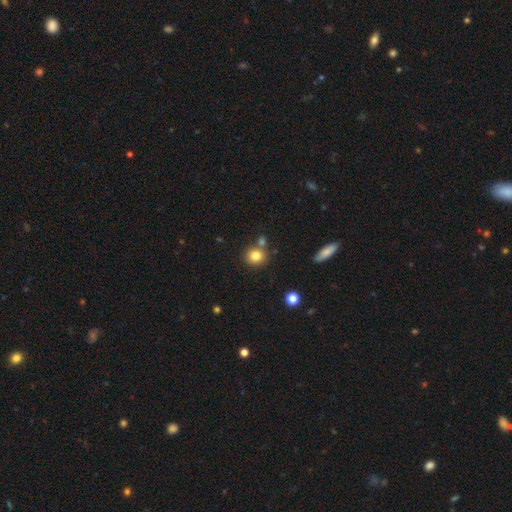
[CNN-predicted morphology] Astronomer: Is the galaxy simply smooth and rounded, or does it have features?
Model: smooth — 81%.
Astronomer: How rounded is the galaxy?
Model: round — 85%.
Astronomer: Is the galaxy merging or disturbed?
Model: none — 72%.